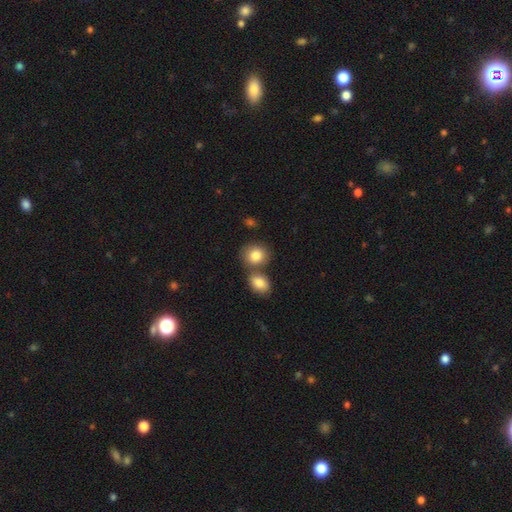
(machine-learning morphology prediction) type=smooth (83%); roundness=round (68%); merging=none (52%).